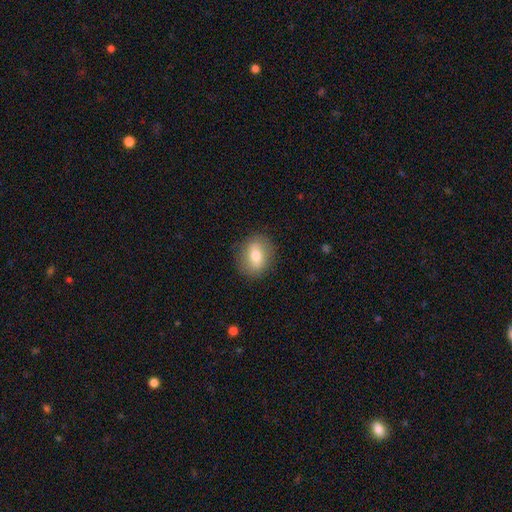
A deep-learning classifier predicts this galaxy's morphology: Smooth or featured: smooth — 70% (featured or disk — 22%)
How rounded: in between — 55% (round — 43%)
Merging: none — 85% (minor disturbance — 10%)